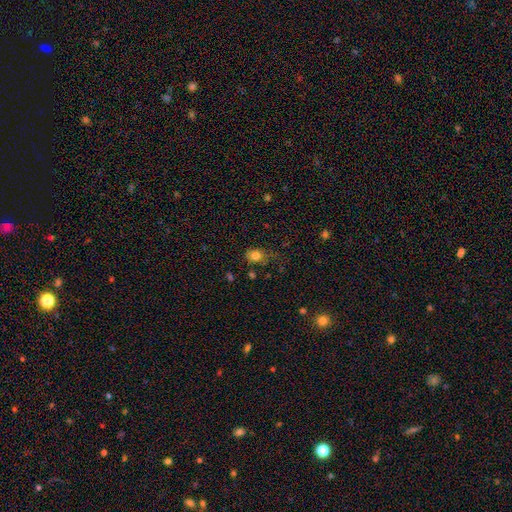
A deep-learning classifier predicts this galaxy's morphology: smooth_or_featured: smooth (p=0.80) [alt: star or artifact p=0.12]
how_rounded: round (p=0.53) [alt: in between p=0.46]
merging: none (p=0.51) [alt: minor disturbance p=0.30]